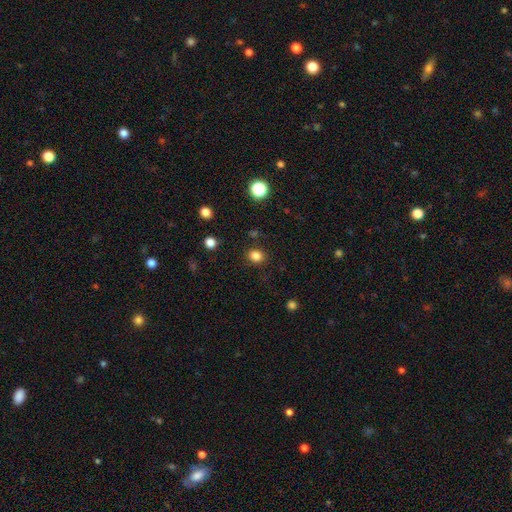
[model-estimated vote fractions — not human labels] A smooth galaxy with no disk features (83%) that is round (70%).

Vote fractions:
- Smooth or featured? smooth: 83% / star or artifact: 13% / featured or disk: 4%
- How rounded? round: 70% / in between: 29% / cigar-shaped: 1%
- Merging? none: 86% / minor disturbance: 9% / major disturbance: 3% / merger: 2%